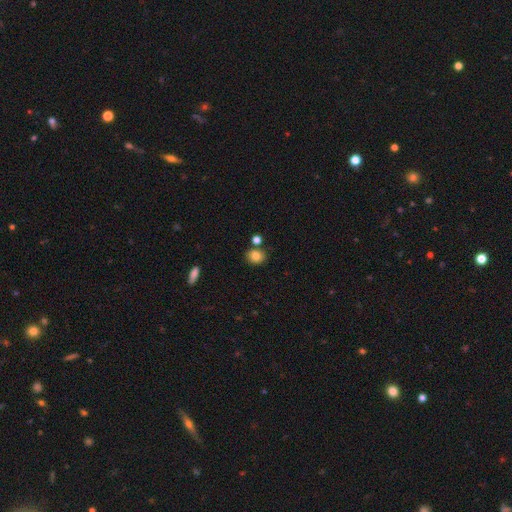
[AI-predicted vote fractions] Smooth or featured? Predicted: smooth (p=0.82). How rounded? Predicted: round (p=0.64). Merging? Predicted: none (p=0.75).